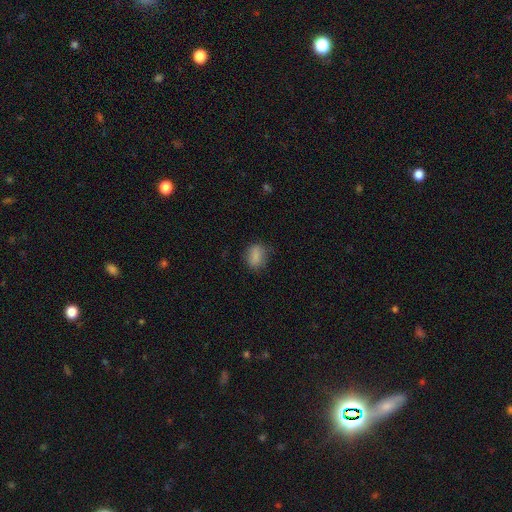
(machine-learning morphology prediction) Smooth or featured? smooth (82%)
How rounded? in between (60%)
Merging? none (75%)